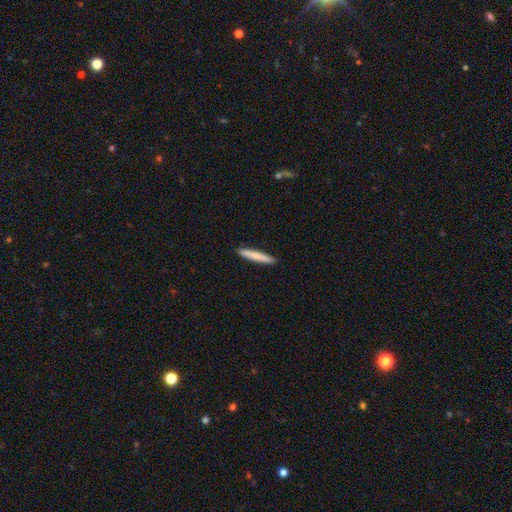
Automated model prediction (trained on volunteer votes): Smooth or featured? Predicted: smooth (p=0.79). How rounded? Predicted: cigar-shaped (p=0.95). Merging? Predicted: none (p=0.92).